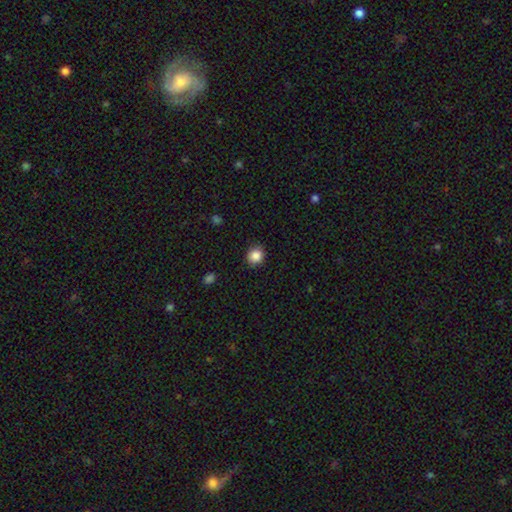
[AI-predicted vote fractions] The model was most divided on "how rounded": round: 81%, in between: 18%, cigar-shaped: 1%. More confident: merging — none (87%); smooth or featured — smooth (86%).